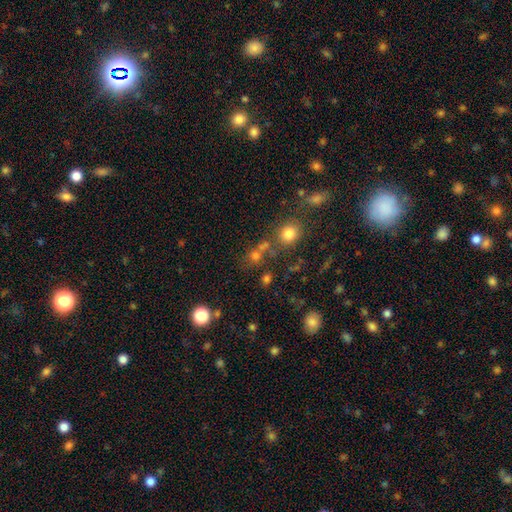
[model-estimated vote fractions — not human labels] Morphology: type=smooth (65%); roundness=round (83%); merging=none (59%).